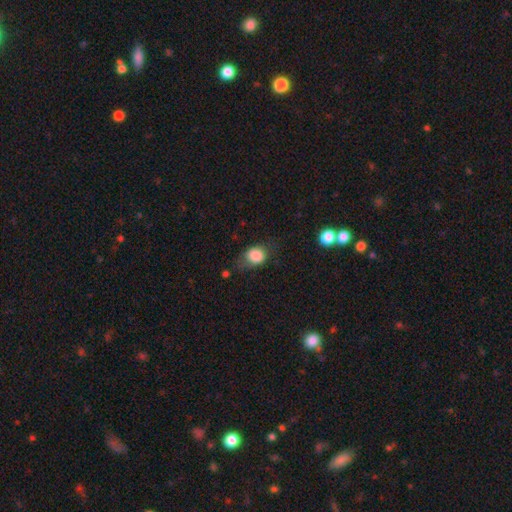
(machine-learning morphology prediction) smooth 82%, featured or disk 9%, star or artifact 9%. Down the decision tree: how rounded — round (50%); merging — none (51%).